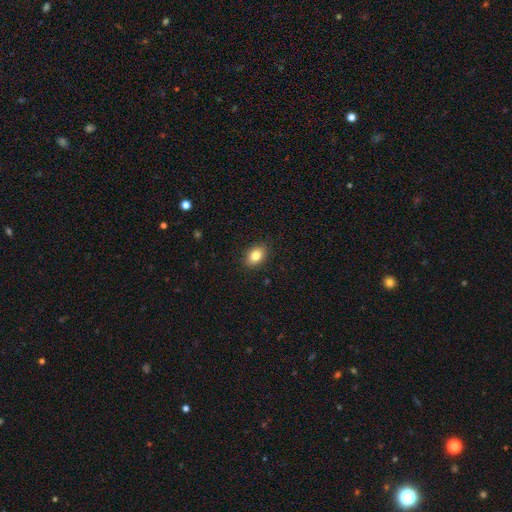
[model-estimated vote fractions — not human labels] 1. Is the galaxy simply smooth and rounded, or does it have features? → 83% smooth, 9% star or artifact, 8% featured or disk.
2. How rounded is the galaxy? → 76% in between, 23% round, 1% cigar-shaped.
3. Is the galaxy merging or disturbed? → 89% none, 8% minor disturbance, 2% major disturbance, 1% merger.